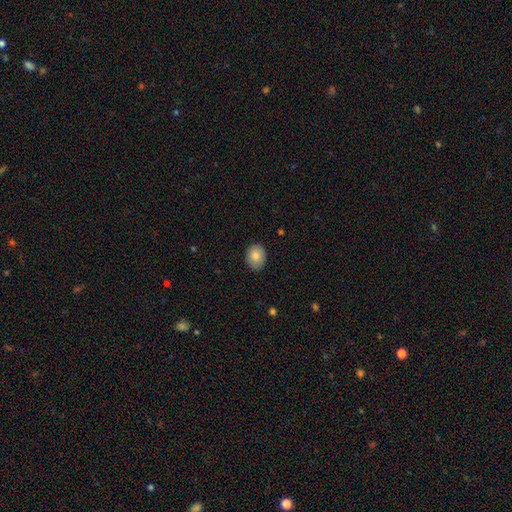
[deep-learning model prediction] This appears to be a smooth galaxy with no disk features (84%) that is in between round and cigar-shaped (62%). Merging: none (85%).